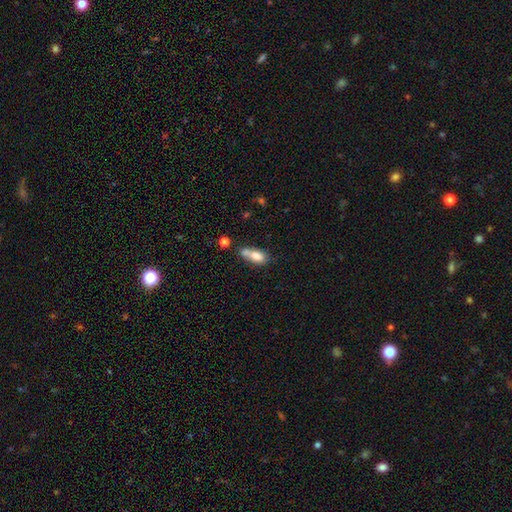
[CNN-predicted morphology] Q: Smooth or featured?
A: smooth (75%); runner-up: featured or disk (16%)
Q: How rounded?
A: in between (78%); runner-up: cigar-shaped (16%)
Q: Merging?
A: merger (39%); runner-up: none (35%)